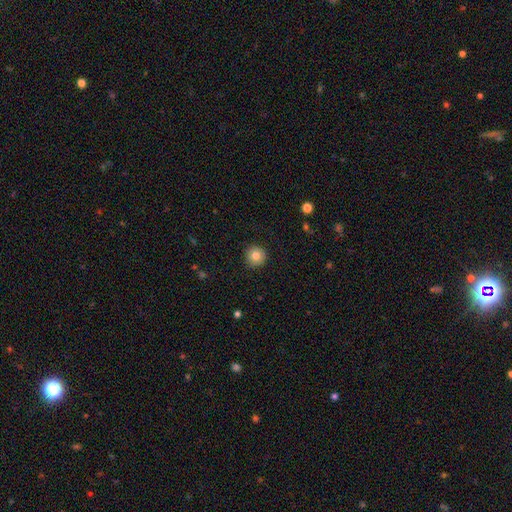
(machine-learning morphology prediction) Overall: smooth (83%). How rounded: round (95%). Merging: none (90%).